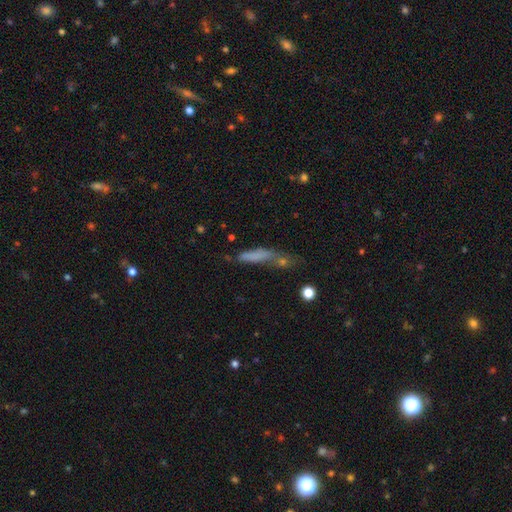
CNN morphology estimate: Smooth or featured? Predicted: smooth (p=0.64). How rounded? Predicted: cigar-shaped (p=0.81). Merging? Predicted: none (p=0.41).